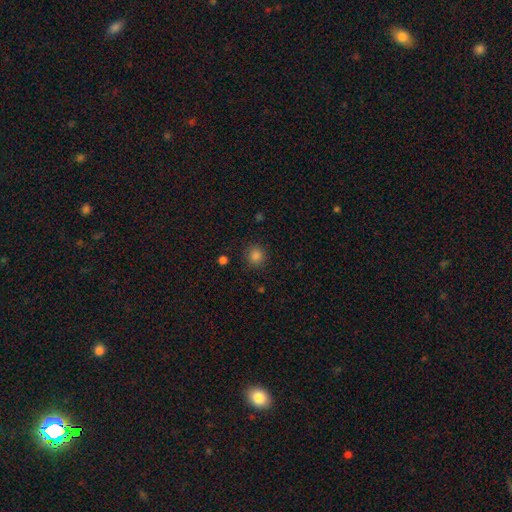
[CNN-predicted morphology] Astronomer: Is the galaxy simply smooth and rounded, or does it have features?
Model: smooth — 85%.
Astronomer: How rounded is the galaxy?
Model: round — 90%.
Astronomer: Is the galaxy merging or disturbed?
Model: none — 88%.